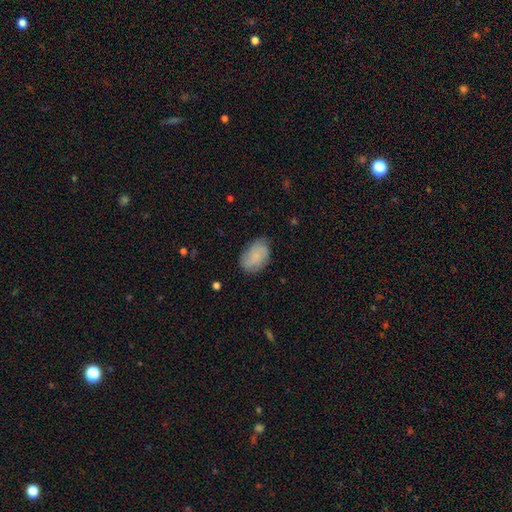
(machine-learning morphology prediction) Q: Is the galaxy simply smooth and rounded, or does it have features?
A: smooth — 63%.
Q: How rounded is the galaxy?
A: in between — 86%.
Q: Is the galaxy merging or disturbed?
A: none — 76%.